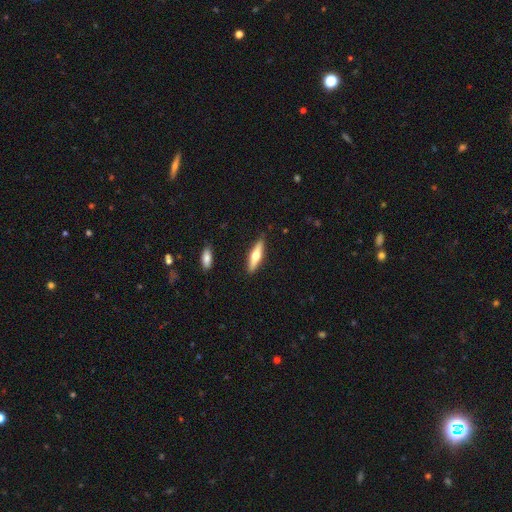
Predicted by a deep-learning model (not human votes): This is possibly a smooth galaxy (50%). How rounded: likely cigar-shaped (73%). Merging: clearly none (88%).